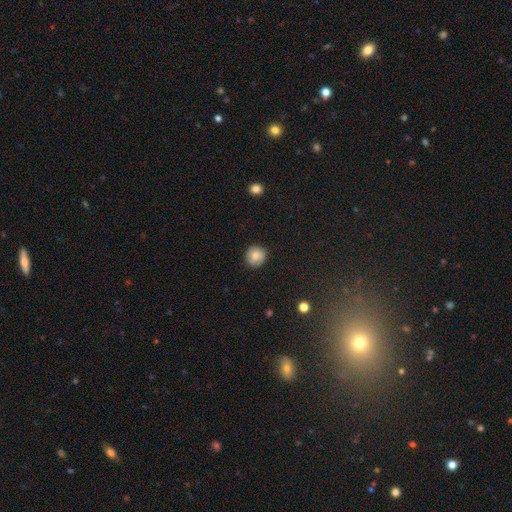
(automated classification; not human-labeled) Overall: smooth (82%). How rounded: round (91%). Merging: none (87%).